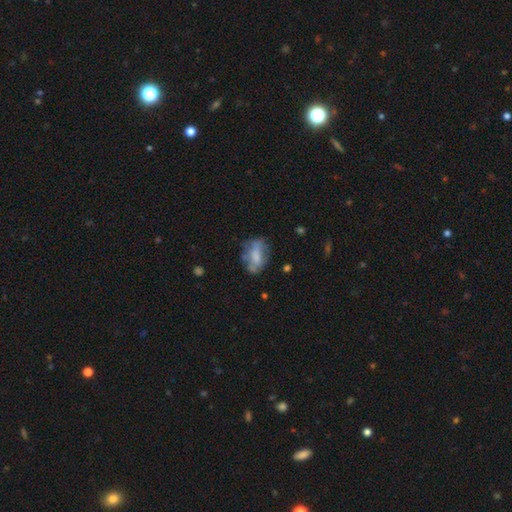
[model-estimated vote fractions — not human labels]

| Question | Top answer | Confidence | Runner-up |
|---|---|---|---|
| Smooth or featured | smooth | 55% | featured or disk (35%) |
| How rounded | in between | 85% | round (10%) |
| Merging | none | 47% | minor disturbance (27%) |